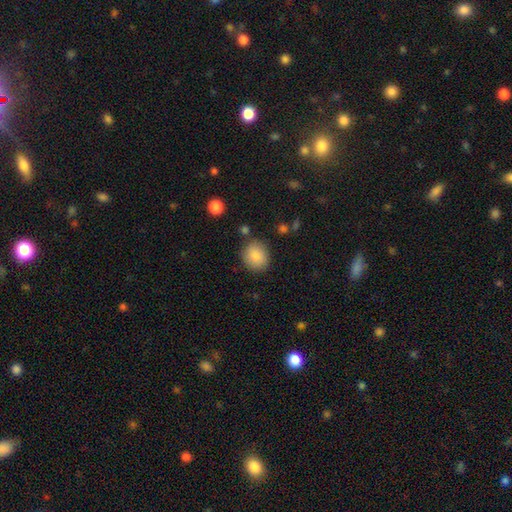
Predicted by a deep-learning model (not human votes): Overall: smooth (86%). How rounded: round (69%; in between 30%). Merging: none (80%).